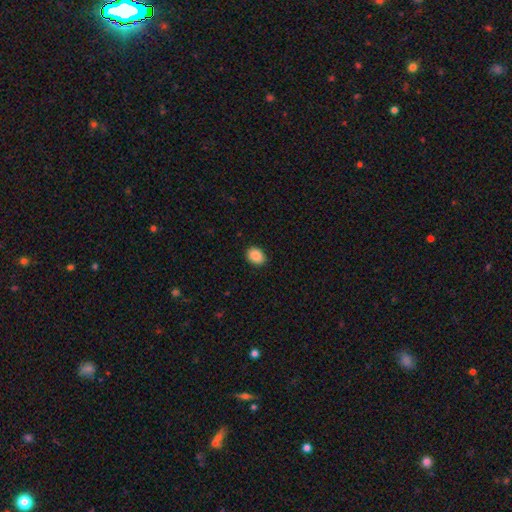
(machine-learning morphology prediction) smooth_or_featured: smooth (p=0.89) [alt: star or artifact p=0.08]
how_rounded: in between (p=0.59) [alt: round p=0.40]
merging: none (p=0.89) [alt: minor disturbance p=0.08]